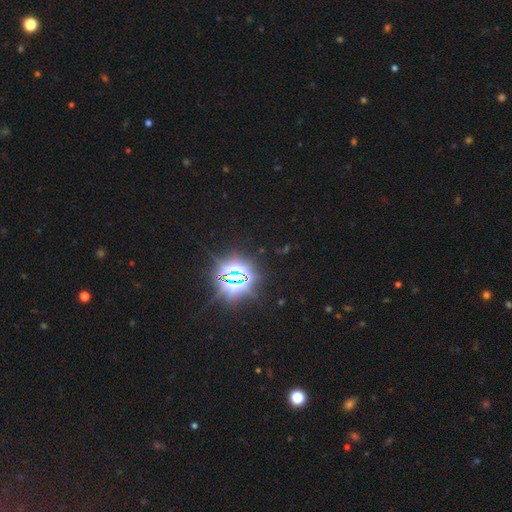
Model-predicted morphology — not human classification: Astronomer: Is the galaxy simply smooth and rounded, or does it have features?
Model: star or artifact — 84%.